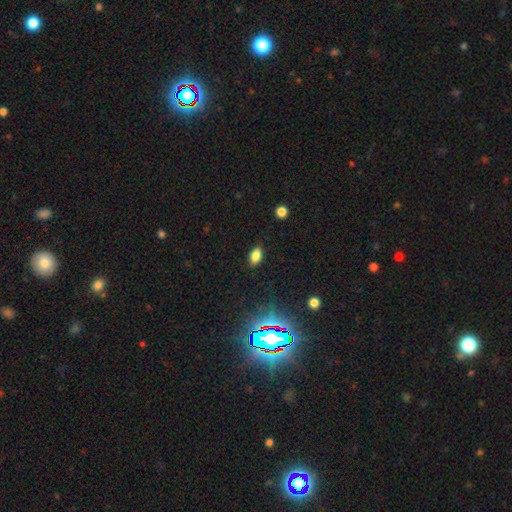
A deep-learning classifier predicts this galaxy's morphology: Smooth or featured? smooth (79%)
How rounded? in between (89%)
Merging? none (87%)